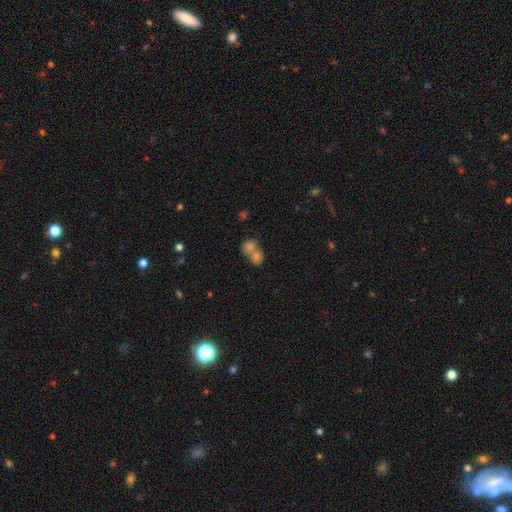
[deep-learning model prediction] Q: Smooth or featured?
A: smooth (66%); runner-up: star or artifact (19%)
Q: How rounded?
A: round (64%); runner-up: in between (34%)
Q: Merging?
A: merger (60%); runner-up: none (30%)